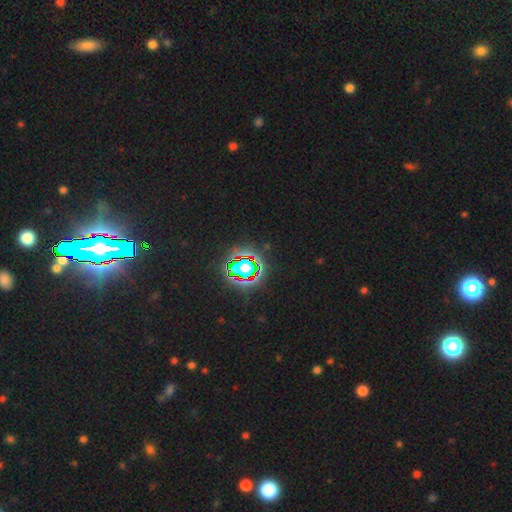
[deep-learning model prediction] A star or artifact, not a galaxy (84%).